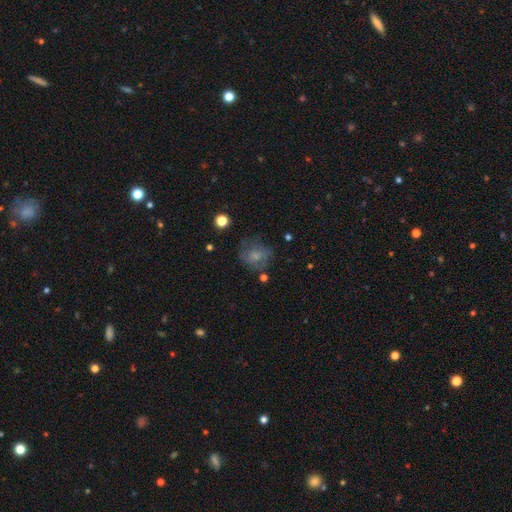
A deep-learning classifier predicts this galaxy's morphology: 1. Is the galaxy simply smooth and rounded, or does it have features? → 56% smooth, 32% featured or disk, 12% star or artifact.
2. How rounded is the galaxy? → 64% round, 35% in between, 1% cigar-shaped.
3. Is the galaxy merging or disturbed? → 51% none, 25% minor disturbance, 21% major disturbance, 3% merger.